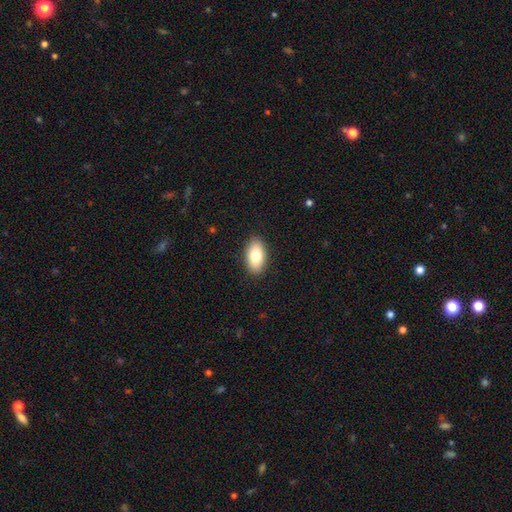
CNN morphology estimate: This appears to be a smooth galaxy with no disk features (80%) that is in between round and cigar-shaped (93%). Merging: none (89%).